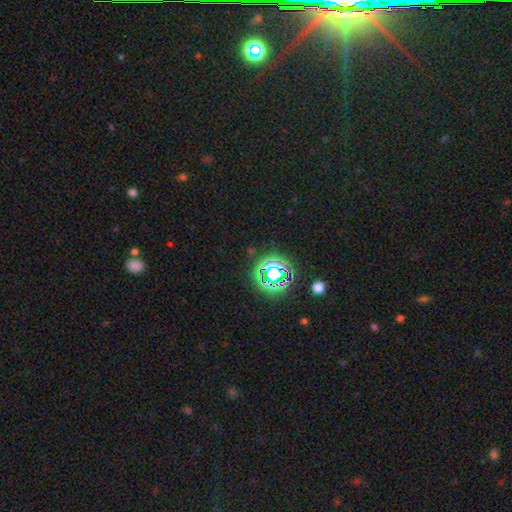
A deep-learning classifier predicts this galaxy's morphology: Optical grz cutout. It shows a star or artifact, not a galaxy (73%).